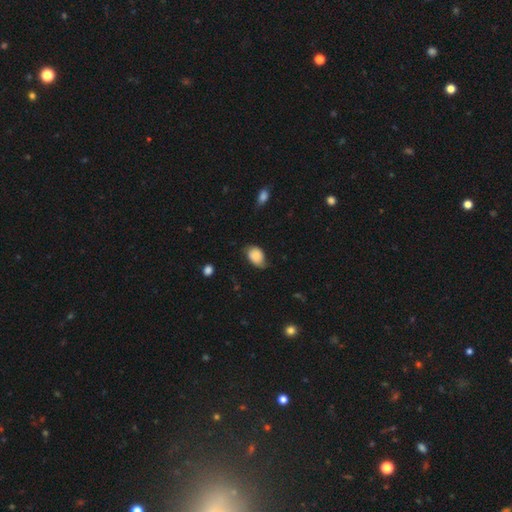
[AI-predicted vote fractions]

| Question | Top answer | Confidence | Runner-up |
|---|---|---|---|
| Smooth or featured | smooth | 81% | featured or disk (11%) |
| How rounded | in between | 82% | round (17%) |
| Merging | none | 54% | minor disturbance (36%) |